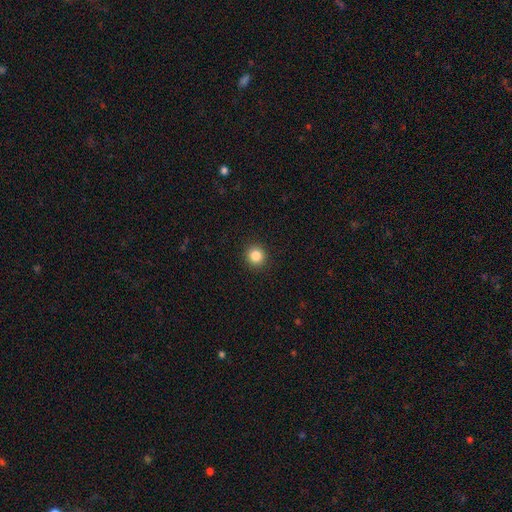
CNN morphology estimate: Q: Smooth or featured?
A: smooth (85%); runner-up: star or artifact (11%)
Q: How rounded?
A: round (92%); runner-up: in between (7%)
Q: Merging?
A: none (92%); runner-up: minor disturbance (5%)